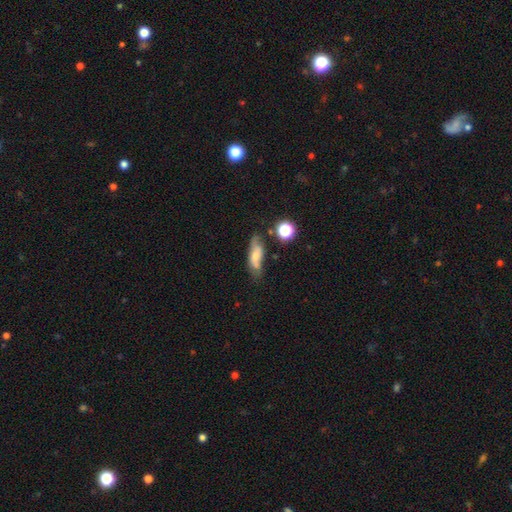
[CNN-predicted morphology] type=smooth (52%); roundness=in between (60%); merging=none (56%).